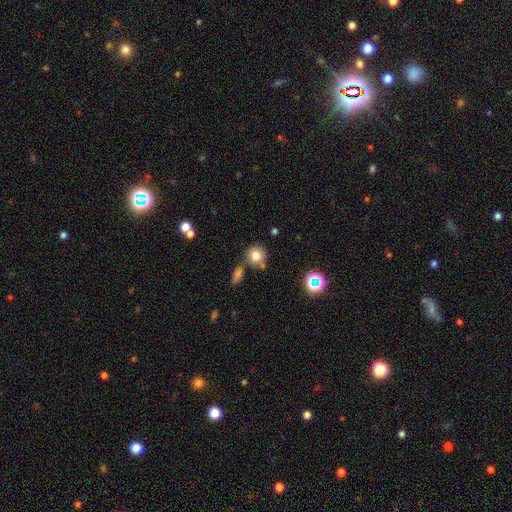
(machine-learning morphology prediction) A smooth galaxy with no disk features (77%) that is round (87%). Merging: none (67%).